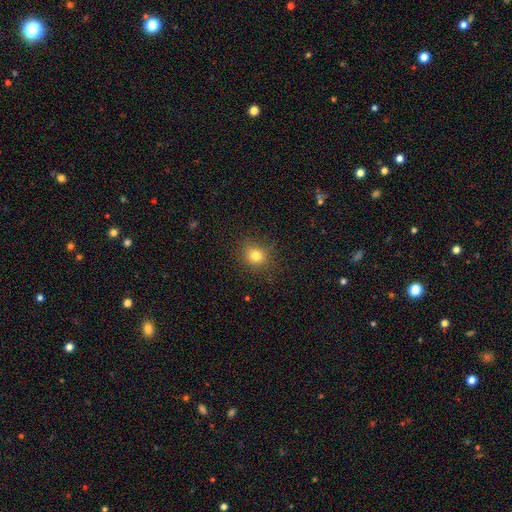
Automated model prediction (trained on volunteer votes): Morphology: type=smooth (79%); roundness=round (81%); merging=none (84%).